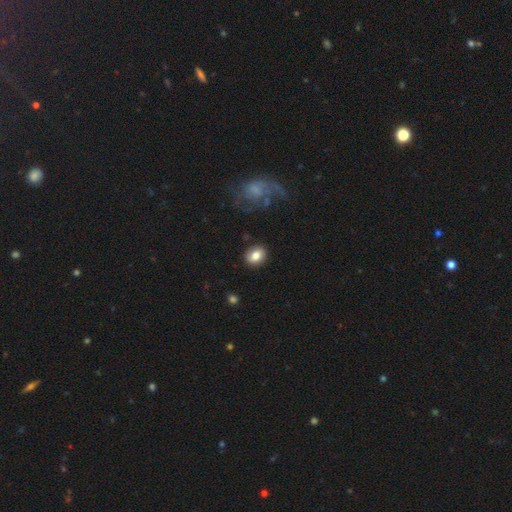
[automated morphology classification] smooth 81%, featured or disk 11%, star or artifact 8%. Down the decision tree: how rounded — in between (50%); merging — none (86%).